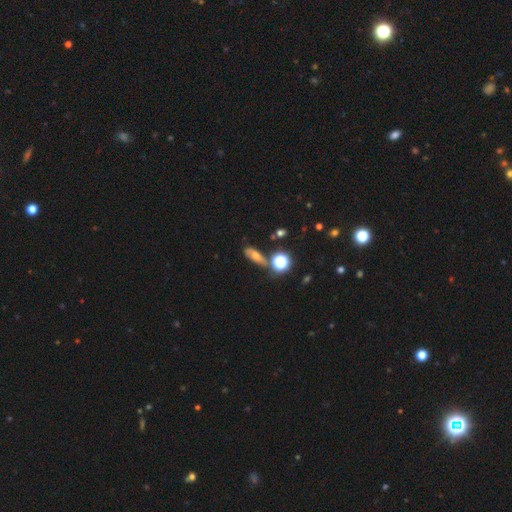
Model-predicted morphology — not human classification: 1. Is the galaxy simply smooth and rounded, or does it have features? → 42% smooth, 31% featured or disk, 27% star or artifact.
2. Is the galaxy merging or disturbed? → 67% none, 16% minor disturbance, 10% merger, 7% major disturbance.